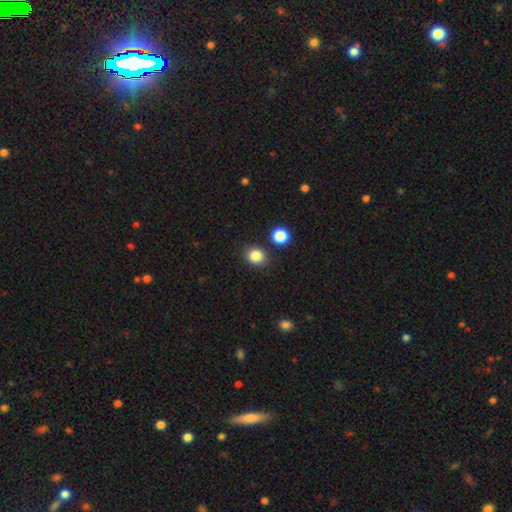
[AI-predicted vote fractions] Smooth or featured: smooth — 85% (star or artifact — 11%)
How rounded: round — 72% (in between — 27%)
Merging: none — 84% (minor disturbance — 8%)